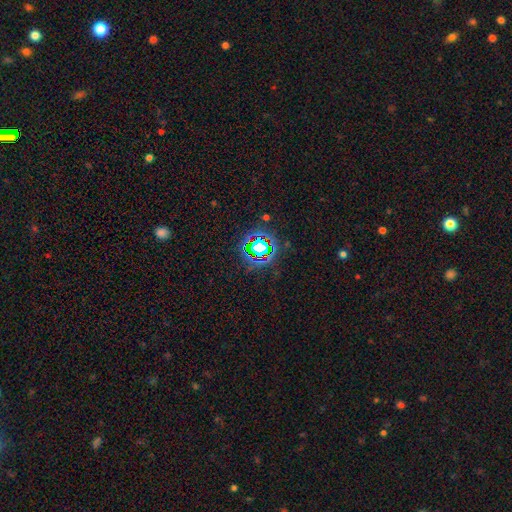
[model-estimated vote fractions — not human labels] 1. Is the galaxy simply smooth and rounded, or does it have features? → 74% star or artifact, 15% smooth, 10% featured or disk.